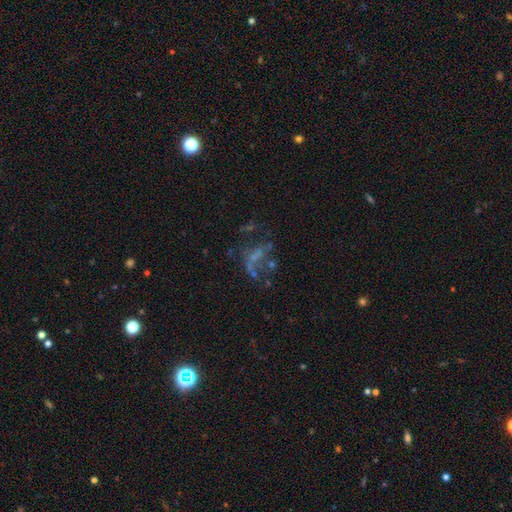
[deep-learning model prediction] This appears to be a featured or disk galaxy (52%) with no bar (81%), no spiral arms (80%) and no central bulge (66%). Merging: none (37%).